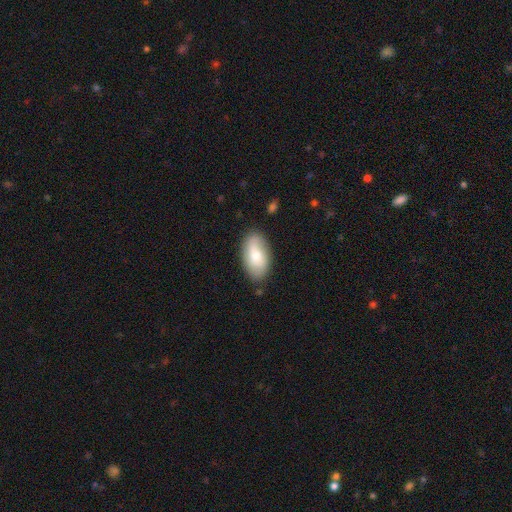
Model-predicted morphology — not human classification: Overall: smooth (62%; featured or disk 32%). How rounded: in between (93%). Merging: none (80%).